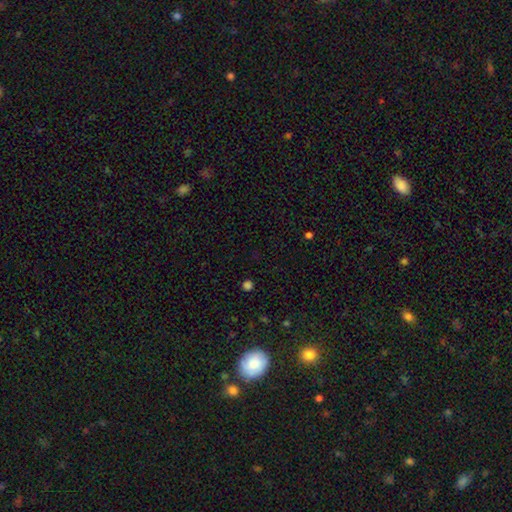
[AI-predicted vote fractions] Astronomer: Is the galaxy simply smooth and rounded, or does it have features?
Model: star or artifact — 48% (runner-up: smooth, 47%).